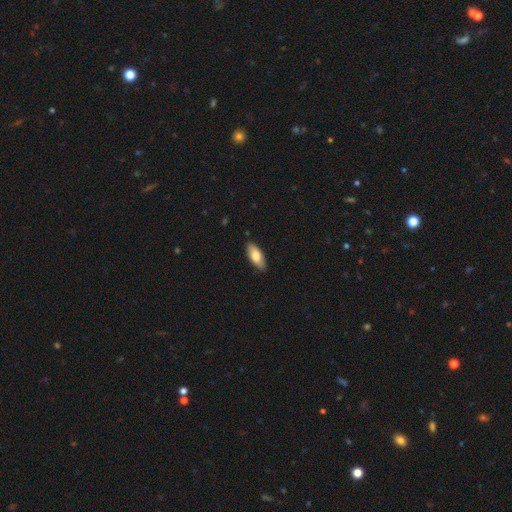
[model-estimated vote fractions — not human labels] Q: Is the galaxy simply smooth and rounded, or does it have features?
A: smooth — 79%.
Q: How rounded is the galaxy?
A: in between — 83%.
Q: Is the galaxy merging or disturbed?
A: none — 87%.